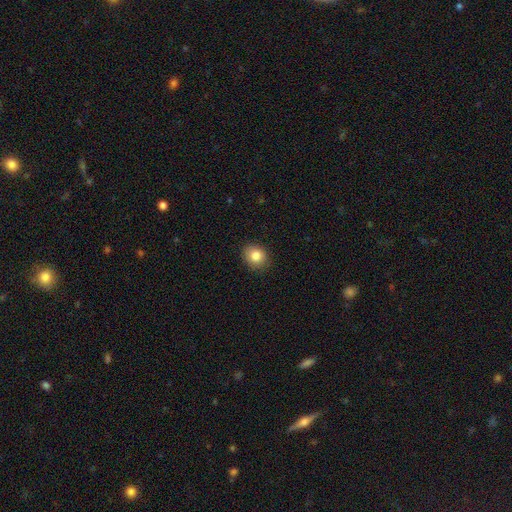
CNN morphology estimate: The model was most divided on "how rounded": round: 70%, in between: 29%, cigar-shaped: 1%. More confident: merging — none (89%); smooth or featured — smooth (83%).